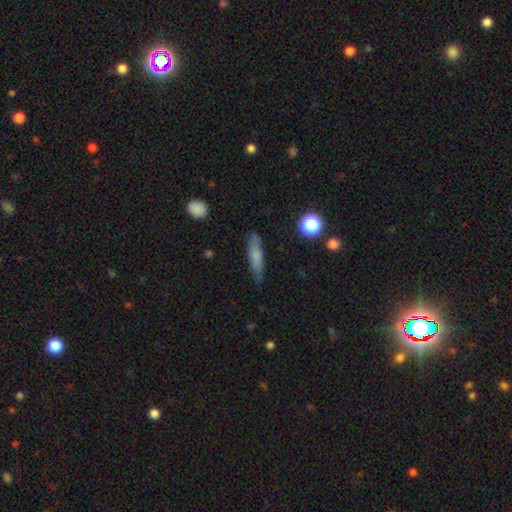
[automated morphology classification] A smooth galaxy with no disk features (71%) that is cigar-shaped (74%). Merging: none (78%).